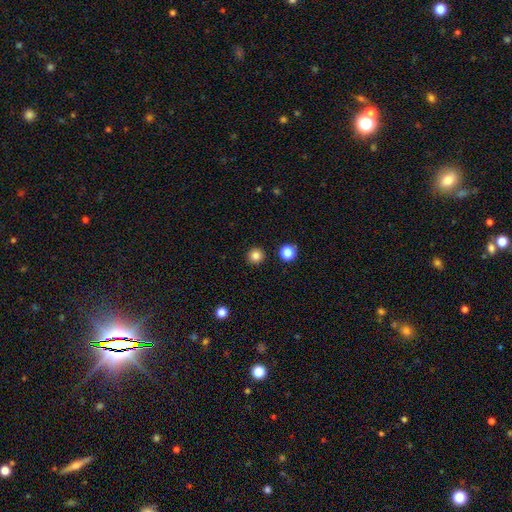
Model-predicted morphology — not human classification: Smooth or featured?
  - smooth: 83% *
  - star or artifact: 13%
  - featured or disk: 4%
How rounded?
  - round: 95% *
  - in between: 4%
  - cigar-shaped: 1%
Merging?
  - none: 93% *
  - minor disturbance: 4%
  - merger: 2%
  - major disturbance: 2%